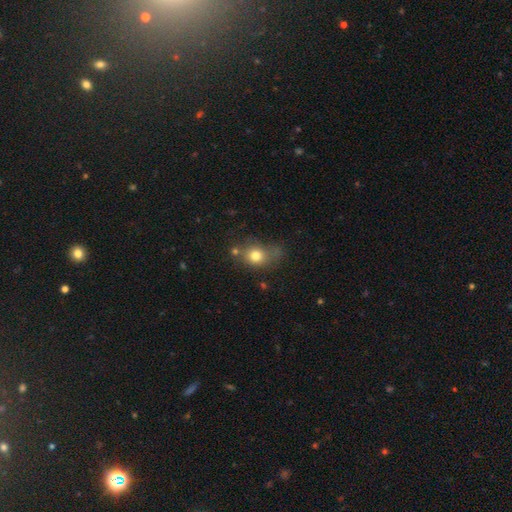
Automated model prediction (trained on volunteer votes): Overall: smooth (77%). How rounded: round (56%; in between 42%). Merging: none (48%; minor disturbance 27%).